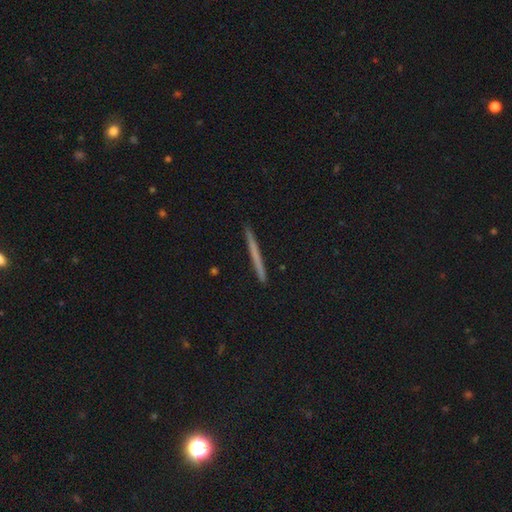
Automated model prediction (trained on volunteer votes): The model was most divided on "smooth or featured": smooth: 55%, featured or disk: 39%, star or artifact: 6%. More confident: how rounded — cigar-shaped (97%); merging — none (92%).